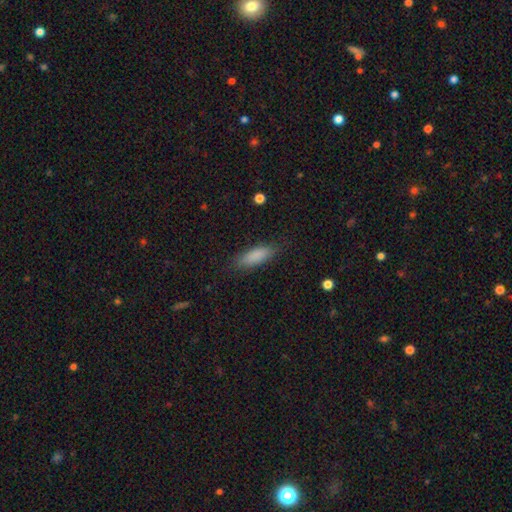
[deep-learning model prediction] smooth-or-featured: smooth: 86% | featured or disk: 7% | star or artifact: 7%
  how-rounded: in between: 59% | cigar-shaped: 39% | round: 2%
  merging: none: 83% | minor disturbance: 13% | major disturbance: 3% | merger: 1%